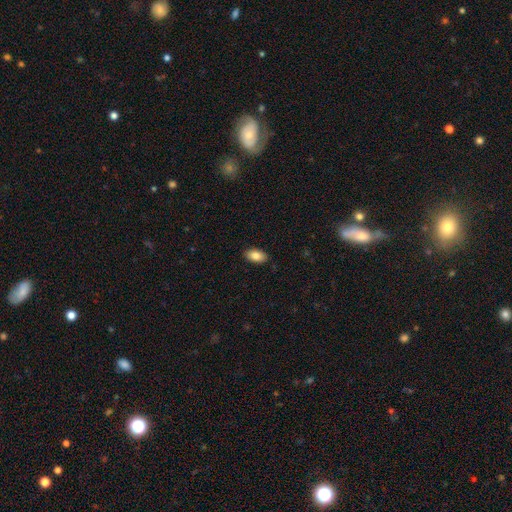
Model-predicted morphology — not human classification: smooth_or_featured: smooth (p=0.84) [alt: featured or disk p=0.09]
how_rounded: in between (p=0.93) [alt: round p=0.04]
merging: none (p=0.89) [alt: minor disturbance p=0.09]